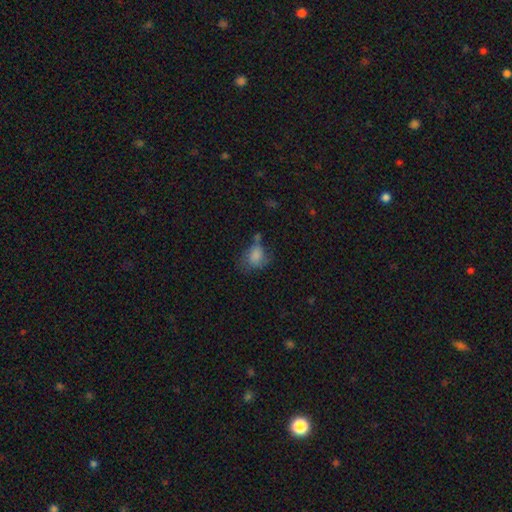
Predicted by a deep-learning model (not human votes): Morphology: type=smooth (79%); roundness=in between (60%); merging=none (37%).